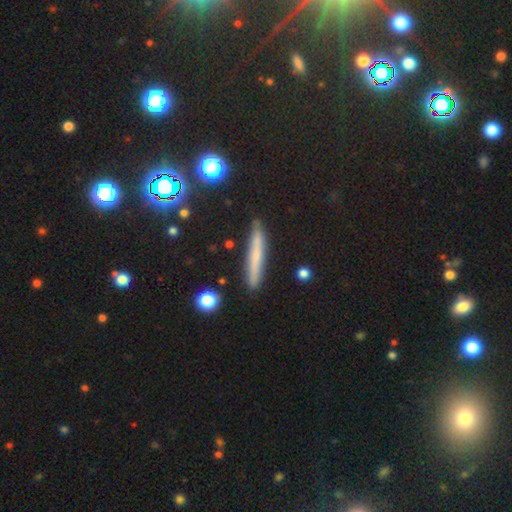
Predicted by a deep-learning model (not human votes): Smooth or featured? Predicted: smooth (p=0.56). How rounded? Predicted: cigar-shaped (p=0.94). Merging? Predicted: none (p=0.88).